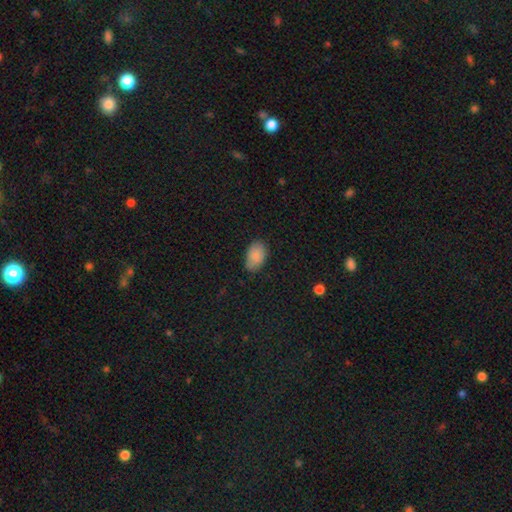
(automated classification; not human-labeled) The model was most divided on "merging": none: 75%, minor disturbance: 20%, major disturbance: 4%, merger: 1%. More confident: how rounded — in between (91%); smooth or featured — smooth (86%).